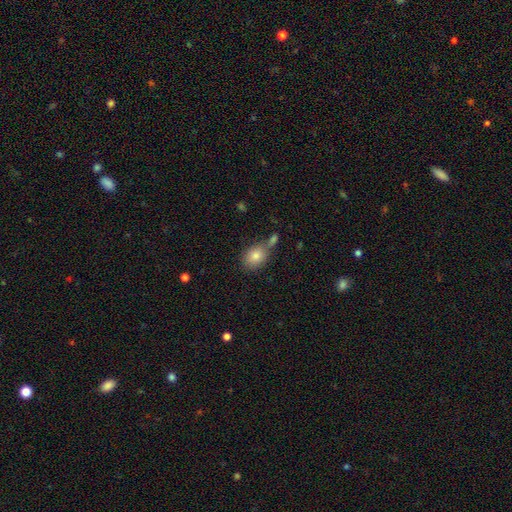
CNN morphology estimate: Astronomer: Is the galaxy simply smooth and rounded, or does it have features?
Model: smooth — 81%.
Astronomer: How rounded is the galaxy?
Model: in between — 61% (runner-up: round, 38%).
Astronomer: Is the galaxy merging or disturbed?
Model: none — 60%.